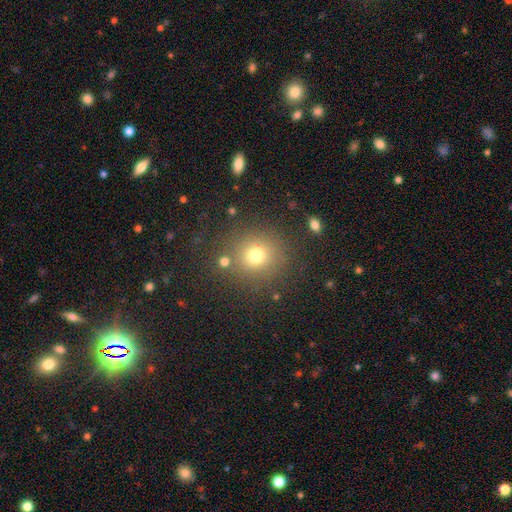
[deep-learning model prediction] A smooth galaxy with no disk features (72%) that is round (89%). Merging: none (81%).